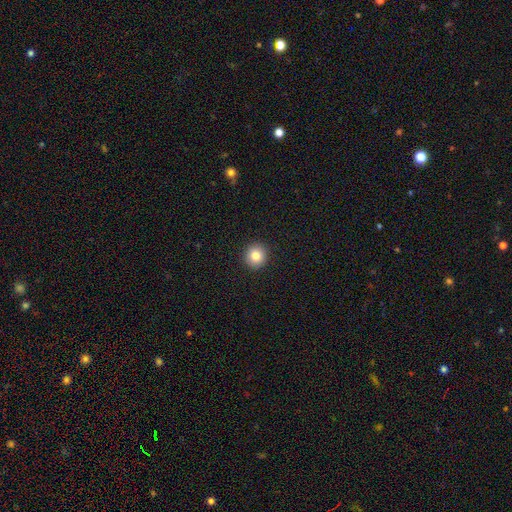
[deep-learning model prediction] Smooth or featured?
  - smooth: 82% *
  - star or artifact: 10%
  - featured or disk: 7%
How rounded?
  - round: 93% *
  - in between: 6%
  - cigar-shaped: 1%
Merging?
  - none: 93% *
  - minor disturbance: 4%
  - major disturbance: 2%
  - merger: 1%